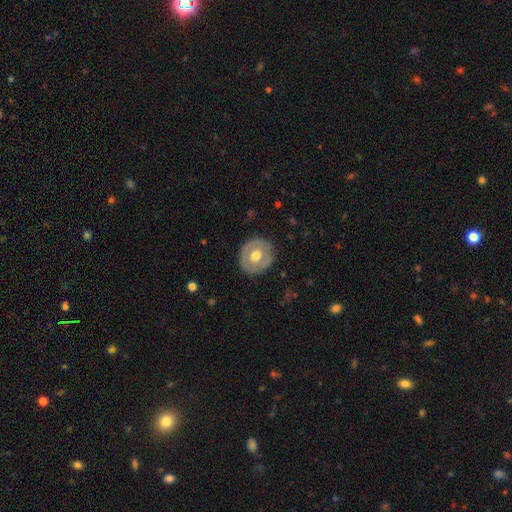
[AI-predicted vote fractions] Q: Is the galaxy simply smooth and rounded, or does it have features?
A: smooth — 50%.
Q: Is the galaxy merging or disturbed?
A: none — 84%.